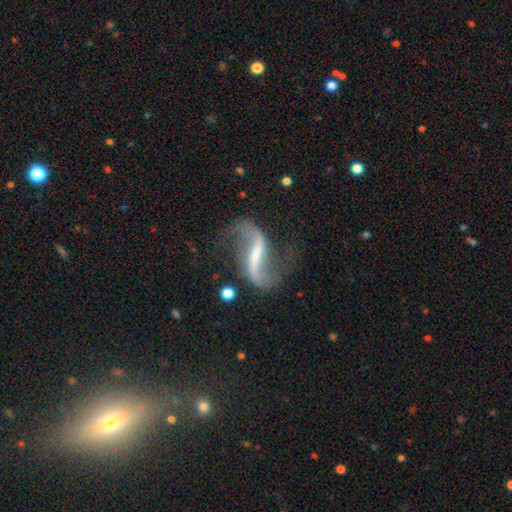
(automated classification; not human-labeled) Q: Smooth or featured?
A: featured or disk (89%); runner-up: star or artifact (6%)
Q: Edge-on disk?
A: no (94%); runner-up: yes (6%)
Q: Bar?
A: strong (63%); runner-up: weak (27%)
Q: Spiral arms?
A: yes (95%); runner-up: no (5%)
Q: Spiral winding?
A: loose (88%); runner-up: medium (10%)
Q: Spiral arm count?
A: 2 (92%); runner-up: 1 (3%)
Q: Bulge size?
A: small (43%); runner-up: none (33%)
Q: Merging?
A: none (70%); runner-up: minor disturbance (15%)